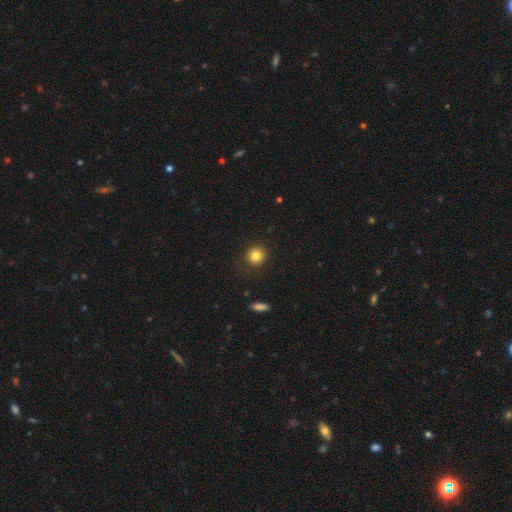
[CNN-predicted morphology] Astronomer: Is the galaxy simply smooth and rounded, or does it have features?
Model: smooth — 83%.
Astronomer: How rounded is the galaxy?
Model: round — 91%.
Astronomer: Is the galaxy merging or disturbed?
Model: none — 88%.